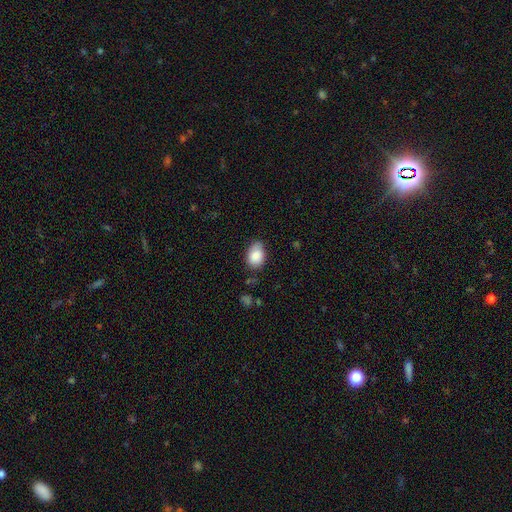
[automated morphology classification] The model was most divided on "merging": none: 70%, minor disturbance: 24%, major disturbance: 4%, merger: 2%. More confident: smooth or featured — smooth (86%); how rounded — in between (82%).